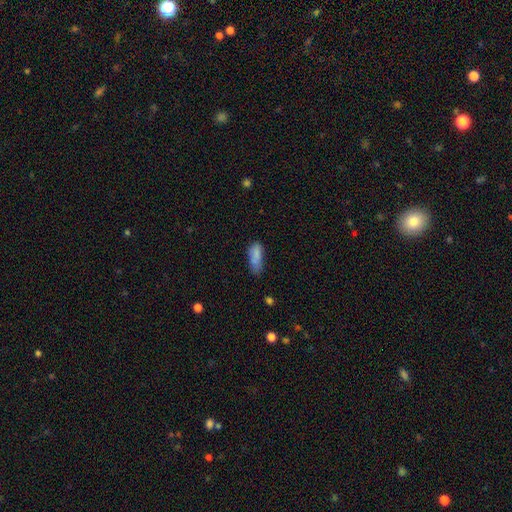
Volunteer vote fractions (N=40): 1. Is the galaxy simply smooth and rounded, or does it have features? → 72% smooth, 18% featured or disk, 10% star or artifact.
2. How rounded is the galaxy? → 48% in between (tied), 48% cigar-shaped (tied), 3% round.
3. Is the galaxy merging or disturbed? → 39% none, 31% minor disturbance, 17% major disturbance, 14% merger.